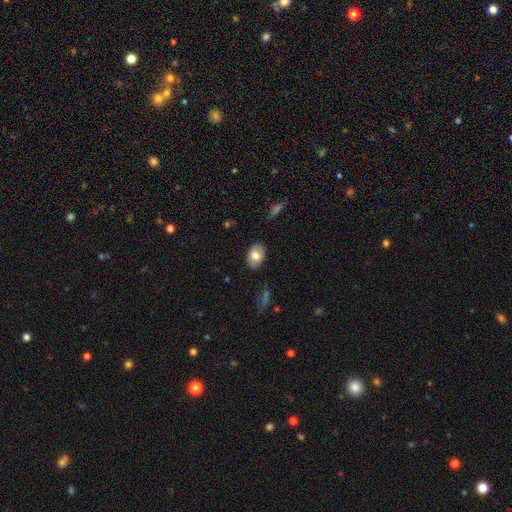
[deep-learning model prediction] Overall: smooth (74%). How rounded: in between (84%). Merging: none (86%).